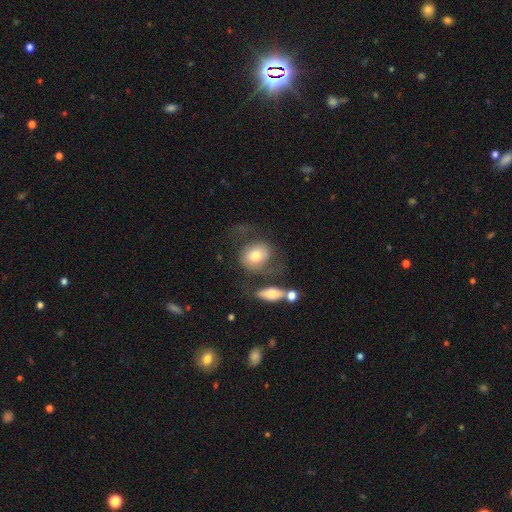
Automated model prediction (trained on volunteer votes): The model was most divided on "merging": none: 37%, major disturbance: 25%, minor disturbance: 19%, merger: 18%. More confident: smooth or featured — smooth (62%); how rounded — round (56%).